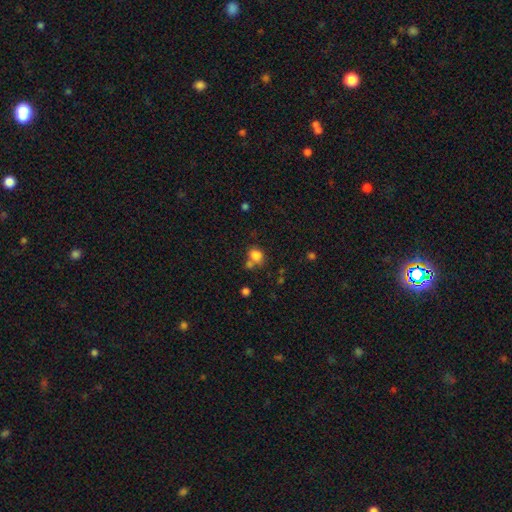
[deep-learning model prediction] A smooth galaxy with no disk features (81%) that is round (56%).

Vote fractions:
- Smooth or featured? smooth: 81% / star or artifact: 12% / featured or disk: 7%
- How rounded? round: 56% / in between: 43% / cigar-shaped: 1%
- Merging? none: 49% / merger: 31% / minor disturbance: 14% / major disturbance: 6%